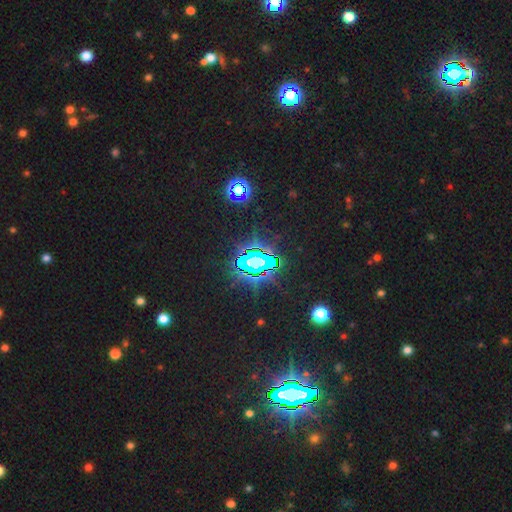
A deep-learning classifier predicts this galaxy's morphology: Overall: star or artifact (82%).